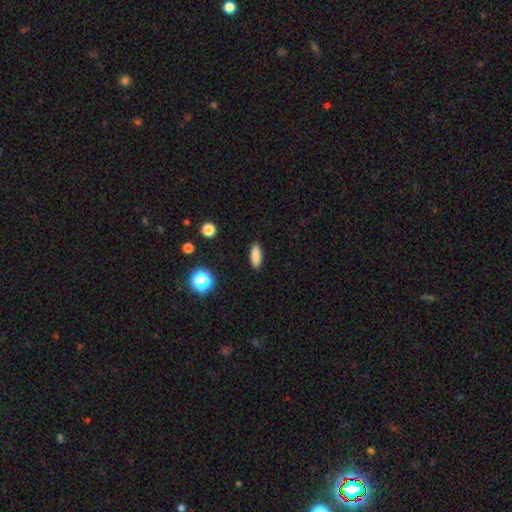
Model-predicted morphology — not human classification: Overall: smooth (85%). How rounded: in between (60%; cigar-shaped 37%). Merging: none (90%).